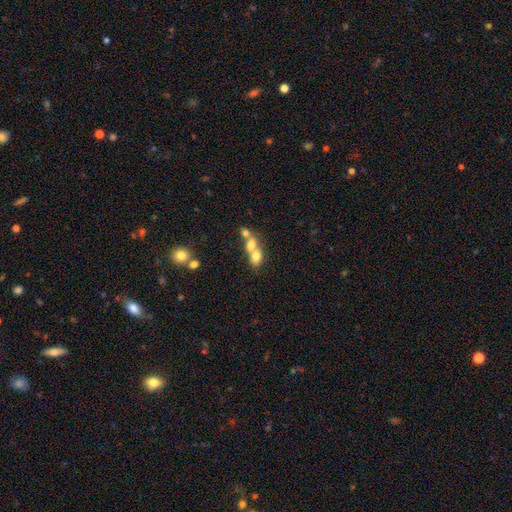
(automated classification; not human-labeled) Overall: smooth (69%). How rounded: in between (60%; round 37%). Merging: merger (69%).